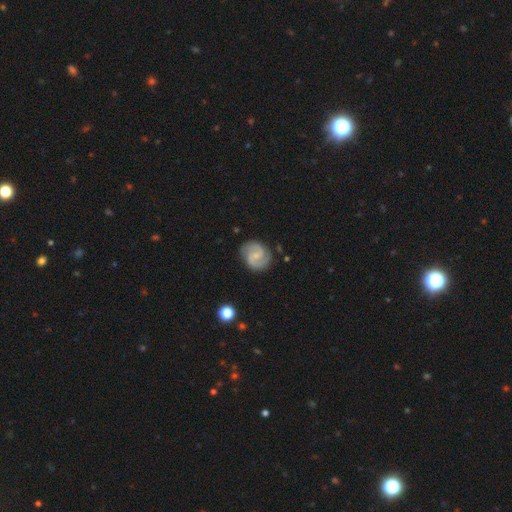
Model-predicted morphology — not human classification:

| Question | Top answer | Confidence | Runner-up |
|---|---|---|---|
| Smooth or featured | featured or disk | 81% | smooth (14%) |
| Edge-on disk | no | 98% | yes (2%) |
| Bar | weak | 49% | no (42%) |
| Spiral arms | yes | 97% | no (3%) |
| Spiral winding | medium | 54% | tight (28%) |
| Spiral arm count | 2 | 90% | can't tell (4%) |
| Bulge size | small | 63% | moderate (18%) |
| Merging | none | 82% | minor disturbance (13%) |